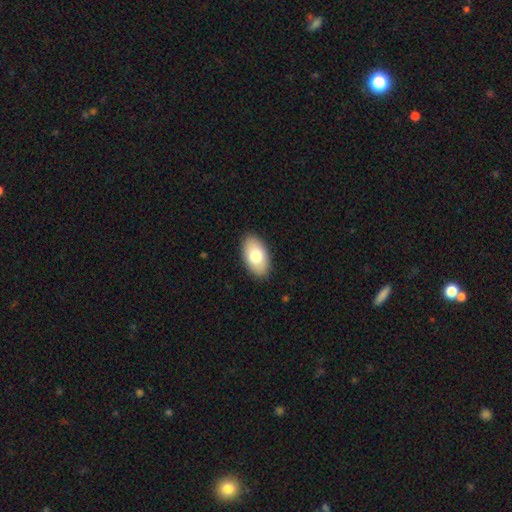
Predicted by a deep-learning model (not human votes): Smooth or featured? Predicted: smooth (p=0.77). How rounded? Predicted: in between (p=0.94). Merging? Predicted: none (p=0.89).